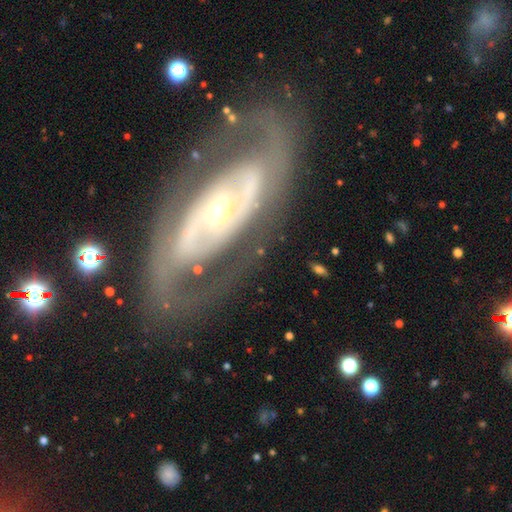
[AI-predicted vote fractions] Smooth or featured? Predicted: featured or disk (p=0.85). Edge-on disk? Predicted: no (p=0.91). Bar? Predicted: no (p=0.56). Spiral arms? Predicted: yes (p=0.78). Spiral winding? Predicted: tight (p=0.42). Spiral arm count? Predicted: 2 (p=0.78). Bulge size? Predicted: moderate (p=0.47). Merging? Predicted: none (p=0.76).